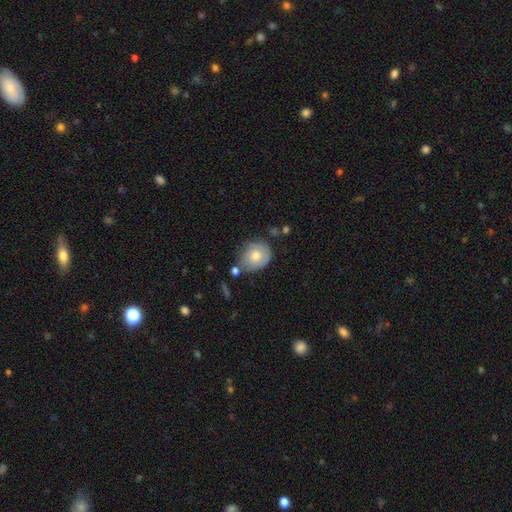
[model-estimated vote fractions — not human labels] Smooth or featured? Predicted: smooth (p=0.66). How rounded? Predicted: round (p=0.59). Merging? Predicted: none (p=0.61).